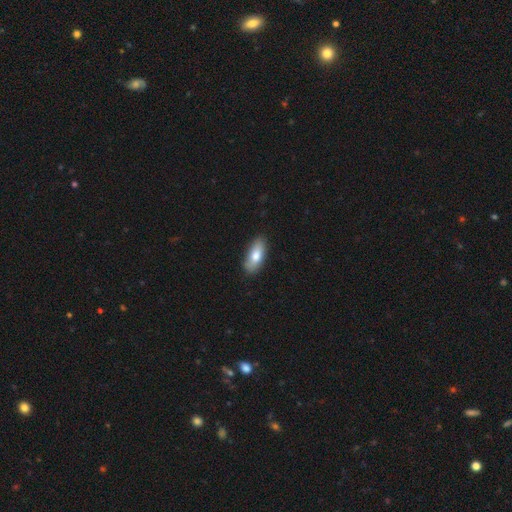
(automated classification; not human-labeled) This appears to be a smooth galaxy with no disk features (79%) that is in between round and cigar-shaped (80%). Merging: none (80%).